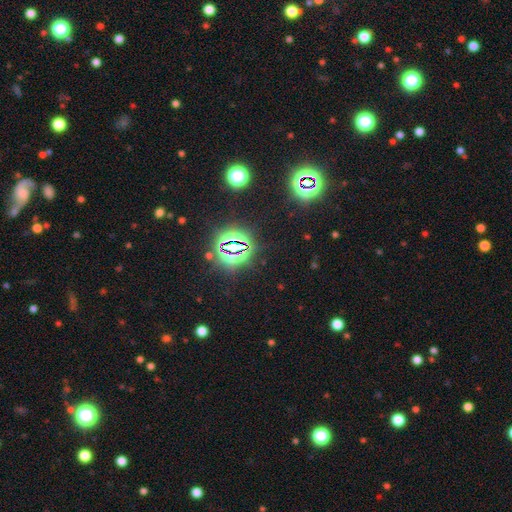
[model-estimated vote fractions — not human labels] The model was most divided on "smooth or featured": star or artifact: 79%, smooth: 14%, featured or disk: 7%.